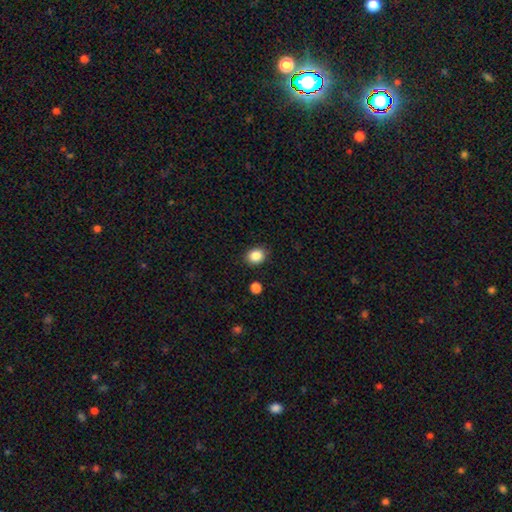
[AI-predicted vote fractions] Smooth or featured: smooth — 86% (star or artifact — 9%)
How rounded: round — 52% (in between — 48%)
Merging: none — 87% (minor disturbance — 9%)